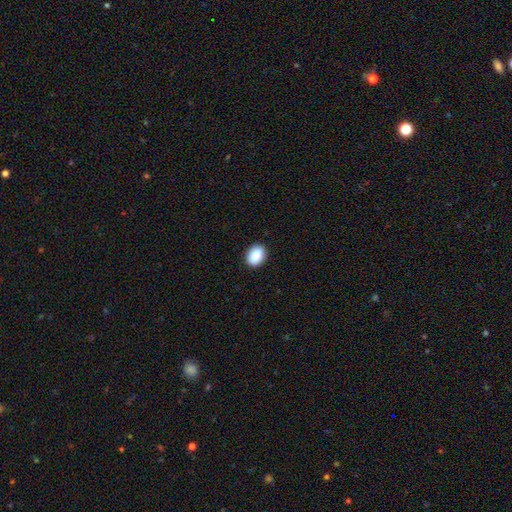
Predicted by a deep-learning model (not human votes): Smooth or featured? Predicted: smooth (p=0.90). How rounded? Predicted: in between (p=0.71). Merging? Predicted: none (p=0.90).